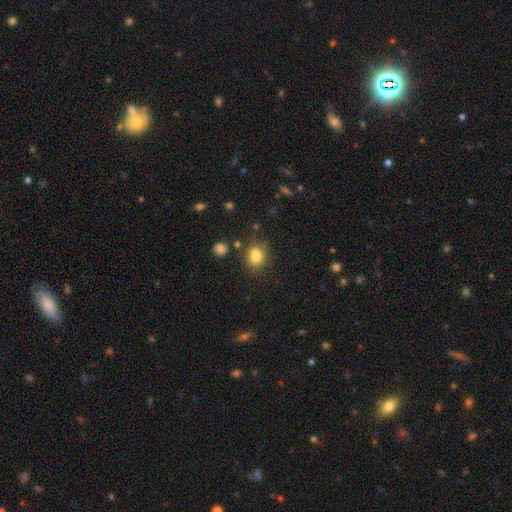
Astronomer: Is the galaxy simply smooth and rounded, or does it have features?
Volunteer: smooth — 89%.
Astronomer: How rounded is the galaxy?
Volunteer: in between — 77%.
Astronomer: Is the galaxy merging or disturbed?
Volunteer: none — 84%.